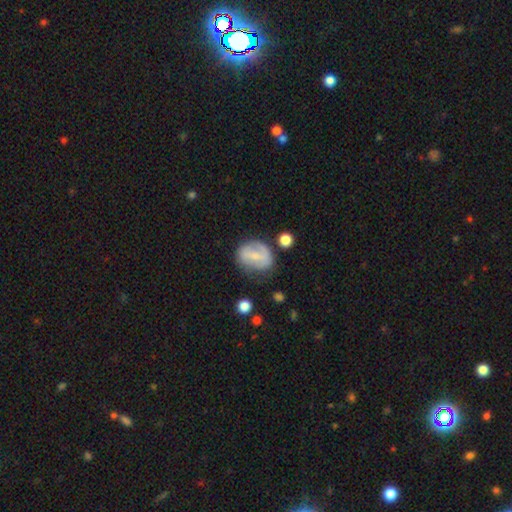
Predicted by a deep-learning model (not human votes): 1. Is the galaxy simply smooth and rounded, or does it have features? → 47% featured or disk, 46% smooth, 8% star or artifact.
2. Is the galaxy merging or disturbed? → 58% none, 26% minor disturbance, 11% major disturbance, 4% merger.